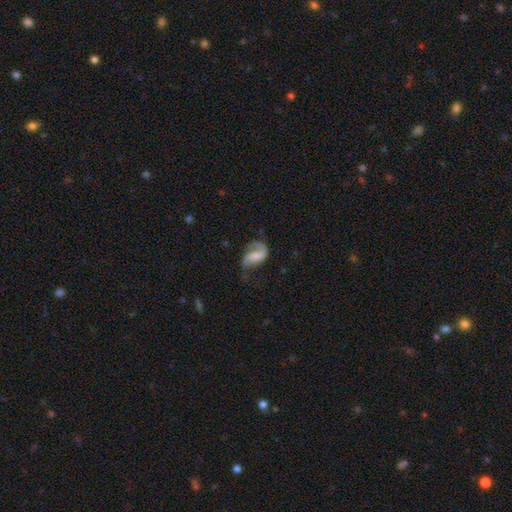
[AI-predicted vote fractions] This appears to be a featured or disk galaxy (67%) with a weak bar (41%), 2 (69%) loose (55%) spiral arms (88%) and a small central bulge (37%). Merging: none (38%).